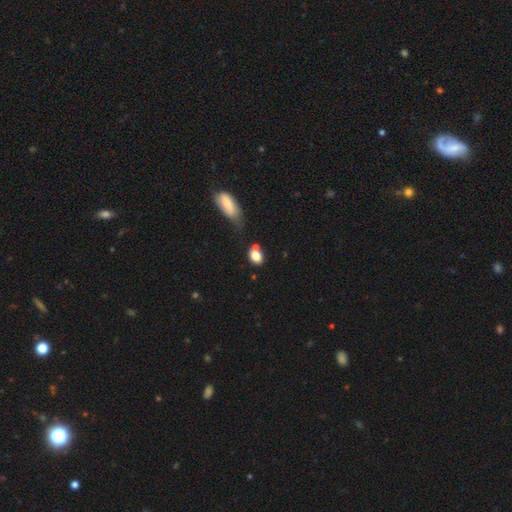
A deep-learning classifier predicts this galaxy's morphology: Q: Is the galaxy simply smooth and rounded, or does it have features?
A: smooth — 80%.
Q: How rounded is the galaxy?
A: in between — 57%.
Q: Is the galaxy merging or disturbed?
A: none — 53%.